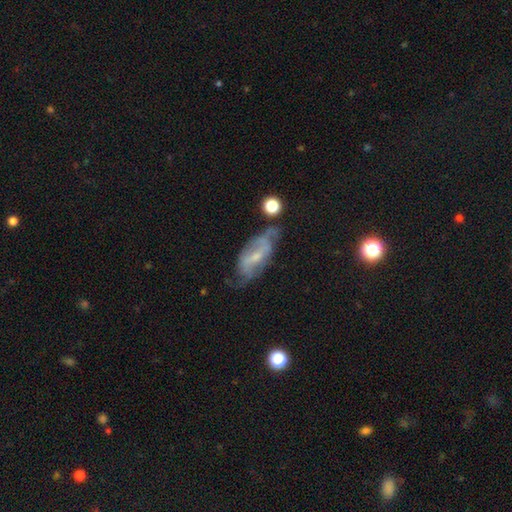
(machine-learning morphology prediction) The model was most divided on "bar": weak: 47%, no: 29%, strong: 24%. More confident: edge-on disk — no (88%); spiral arms — yes (77%); smooth or featured — featured or disk (68%); bulge size — small (58%); merging — none (53%).